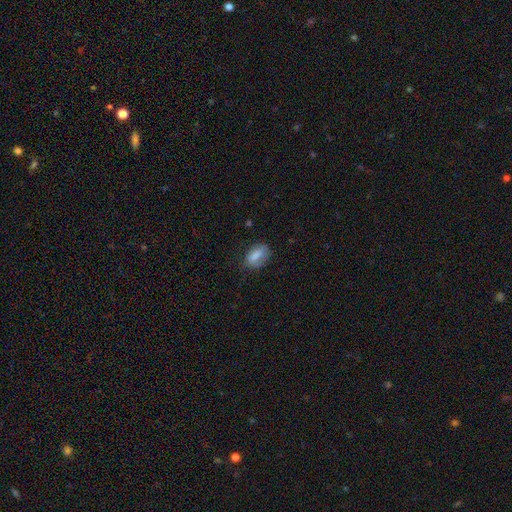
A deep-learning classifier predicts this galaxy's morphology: A smooth galaxy with no disk features (78%) that is in between round and cigar-shaped (86%). Merging: none (67%).